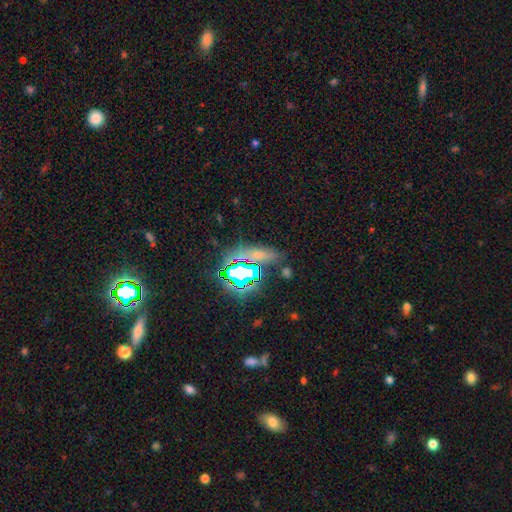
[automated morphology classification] smooth-or-featured: star or artifact: 53% | smooth: 32% | featured or disk: 15%